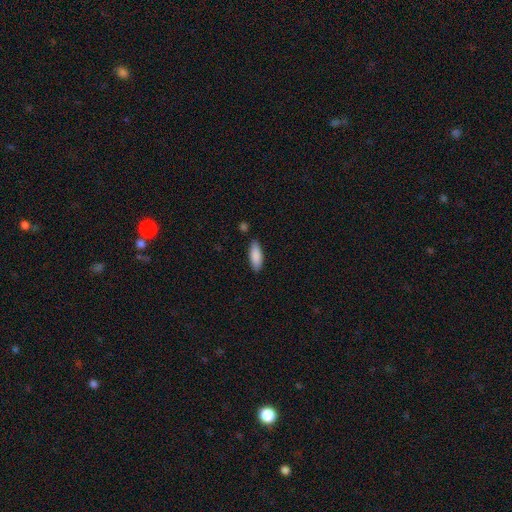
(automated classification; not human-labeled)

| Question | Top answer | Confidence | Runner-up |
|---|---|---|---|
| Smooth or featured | smooth | 88% | featured or disk (6%) |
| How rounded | in between | 72% | cigar-shaped (27%) |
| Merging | none | 83% | minor disturbance (11%) |